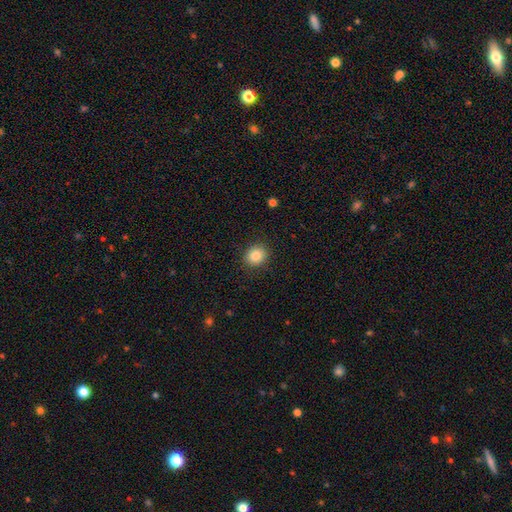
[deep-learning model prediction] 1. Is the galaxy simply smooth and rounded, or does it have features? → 84% smooth, 10% star or artifact, 6% featured or disk.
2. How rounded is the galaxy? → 73% round, 26% in between, 1% cigar-shaped.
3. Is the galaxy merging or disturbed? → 90% none, 7% minor disturbance, 2% major disturbance, 1% merger.